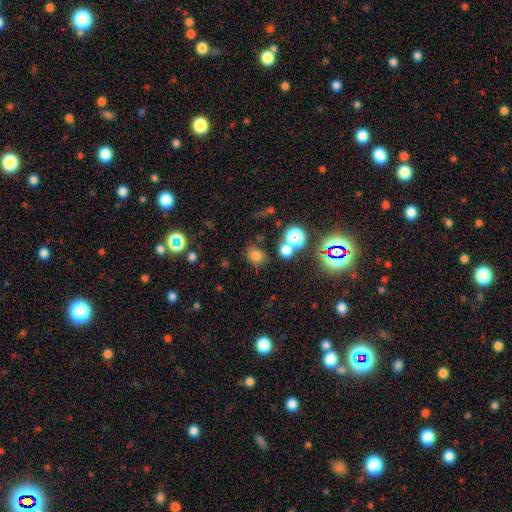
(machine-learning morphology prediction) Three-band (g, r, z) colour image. It shows a smooth galaxy with no disk features (68%) that is round (61%). Merging: none (71%).